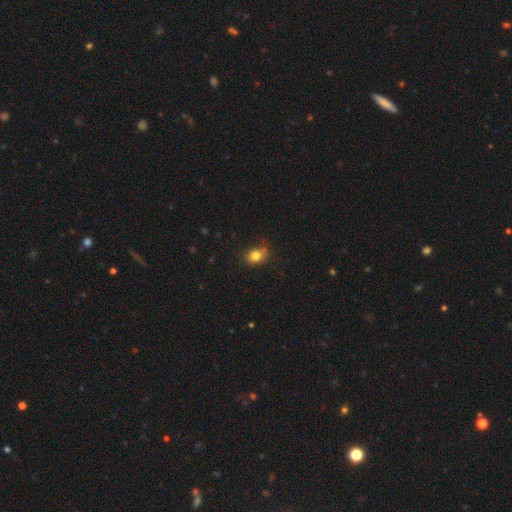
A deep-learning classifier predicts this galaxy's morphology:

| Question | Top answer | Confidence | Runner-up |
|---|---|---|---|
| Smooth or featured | smooth | 81% | star or artifact (11%) |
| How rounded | in between | 50% | round (49%) |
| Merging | none | 72% | minor disturbance (20%) |